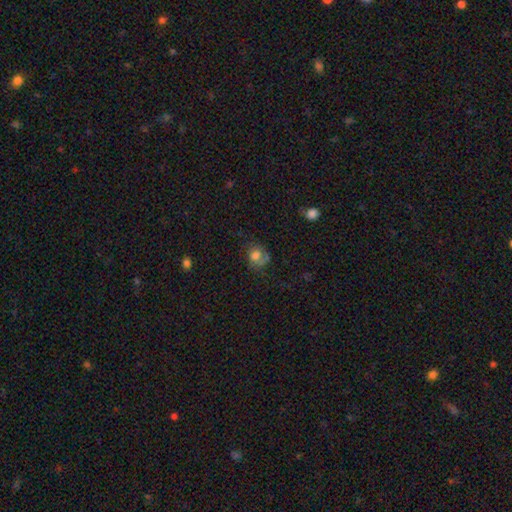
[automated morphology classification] smooth-or-featured: smooth: 66% | featured or disk: 23% | star or artifact: 11%
  how-rounded: round: 60% | in between: 39% | cigar-shaped: 1%
  merging: none: 47% | minor disturbance: 28% | major disturbance: 21% | merger: 4%